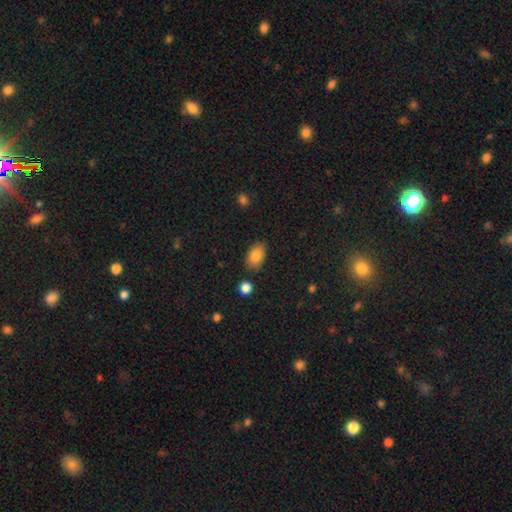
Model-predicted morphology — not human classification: The model was most divided on "merging": none: 81%, minor disturbance: 14%, major disturbance: 3%, merger: 3%. More confident: how rounded — in between (90%); smooth or featured — smooth (85%).